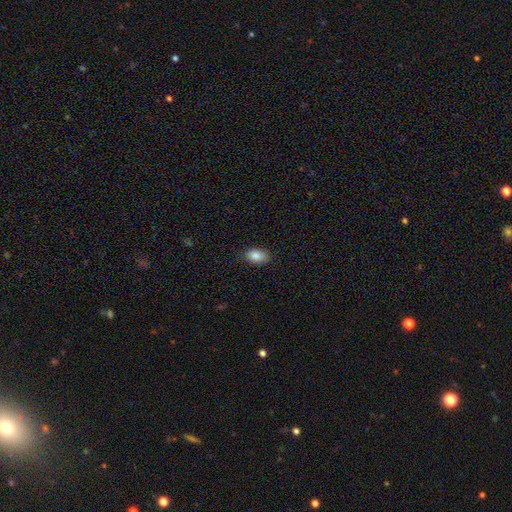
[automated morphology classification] Overall: smooth (86%). How rounded: in between (89%). Merging: none (86%).